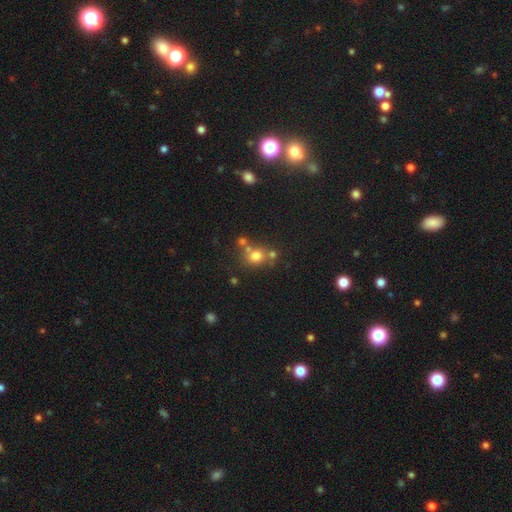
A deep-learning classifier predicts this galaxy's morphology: Smooth or featured? smooth (72%)
How rounded? round (76%)
Merging? none (57%)